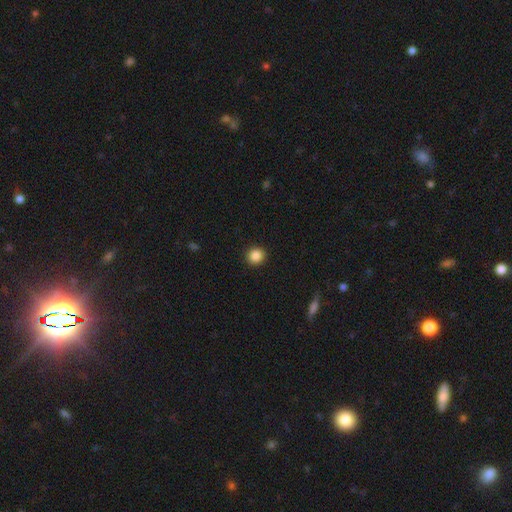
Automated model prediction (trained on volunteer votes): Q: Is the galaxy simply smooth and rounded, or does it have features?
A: smooth — 87%.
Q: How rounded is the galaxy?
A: round — 89%.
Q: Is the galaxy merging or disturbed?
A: none — 92%.